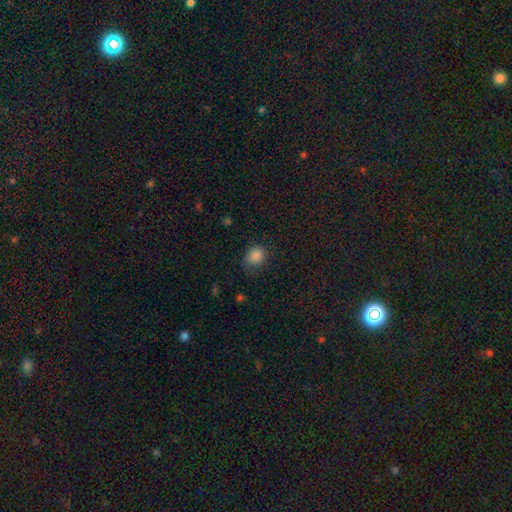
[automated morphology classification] Overall: smooth (85%). How rounded: round (65%; in between 35%). Merging: none (69%).